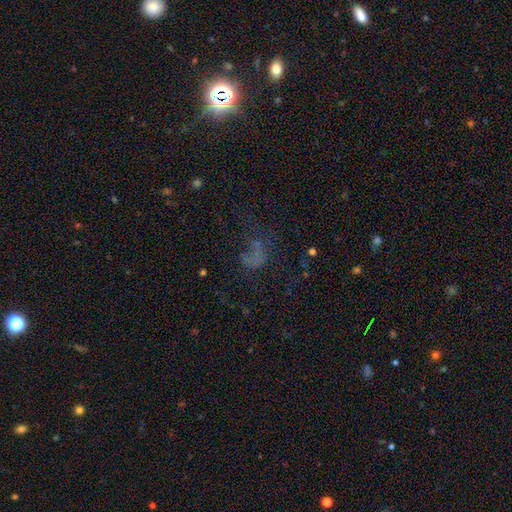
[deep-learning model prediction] Smooth or featured? smooth (38%)
Merging? none (39%, tied with major disturbance)